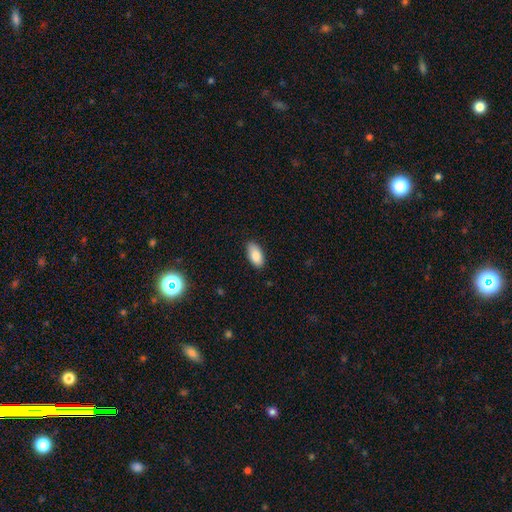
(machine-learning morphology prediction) Q: Smooth or featured?
A: smooth (85%); runner-up: featured or disk (7%)
Q: How rounded?
A: in between (93%); runner-up: cigar-shaped (4%)
Q: Merging?
A: none (86%); runner-up: minor disturbance (11%)